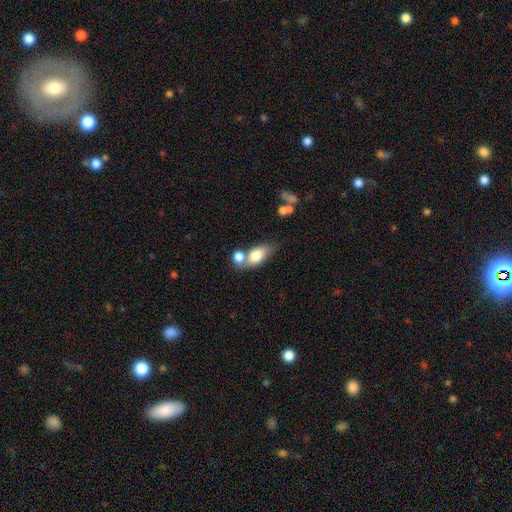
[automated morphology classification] Smooth or featured? smooth (74%)
How rounded? in between (80%)
Merging? merger (40%, tied with none)